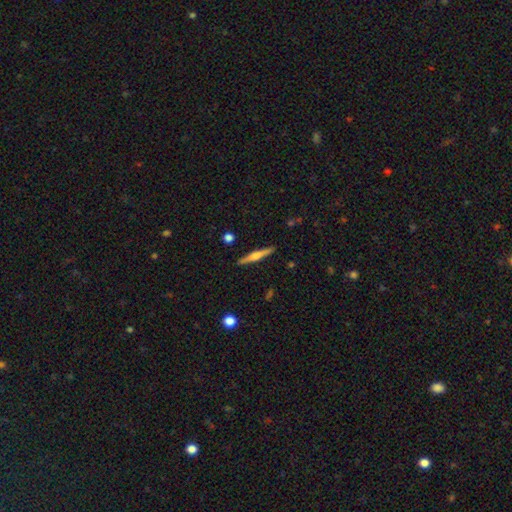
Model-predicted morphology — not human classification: Smooth or featured: featured or disk — 60% (smooth — 33%)
Edge-on disk: yes — 98% (no — 2%)
Edge-on bulge: rounded — 79% (boxy — 13%)
Merging: none — 91% (minor disturbance — 7%)